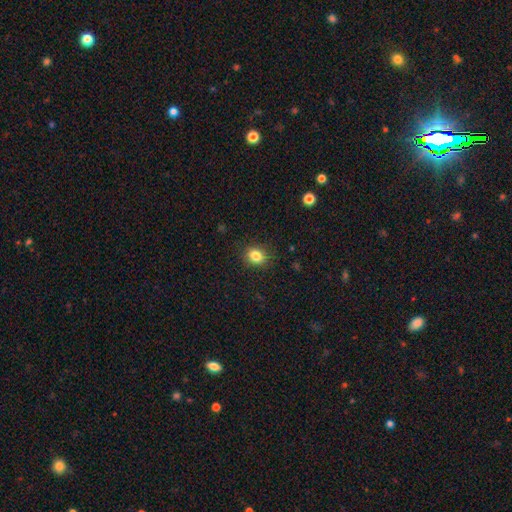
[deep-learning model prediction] Morphology: type=smooth (83%); roundness=in between (54%); merging=none (87%).